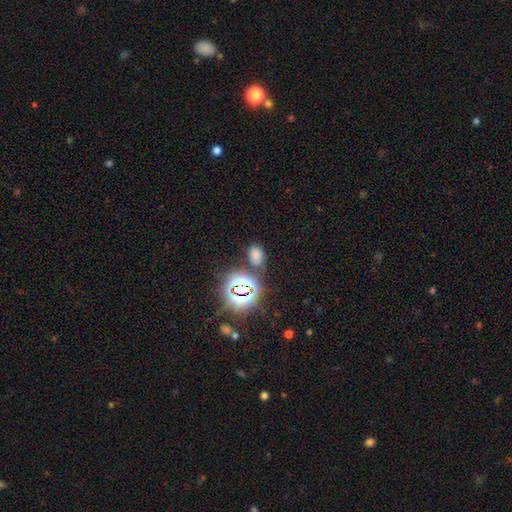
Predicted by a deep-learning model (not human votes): A smooth galaxy with no disk features (63%) that is in between round and cigar-shaped (82%).

Vote fractions:
- Smooth or featured? smooth: 63% / star or artifact: 31% / featured or disk: 6%
- How rounded? in between: 82% / round: 16% / cigar-shaped: 2%
- Merging? none: 73% / minor disturbance: 14% / merger: 8% / major disturbance: 5%